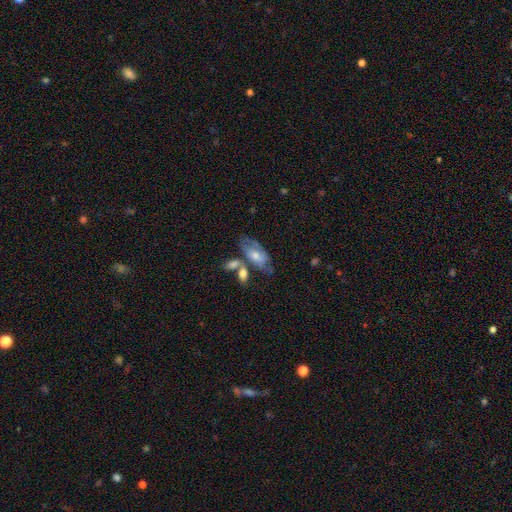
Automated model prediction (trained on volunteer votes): This is possibly a featured or disk galaxy (51%). It is clearly not viewed edge-on (87%). Merging: marginally none (44%).